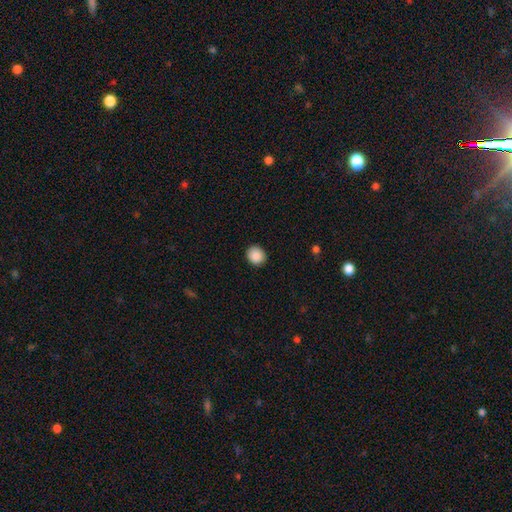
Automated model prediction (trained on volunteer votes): A smooth galaxy with no disk features (89%) that is round (80%). Merging: none (90%).